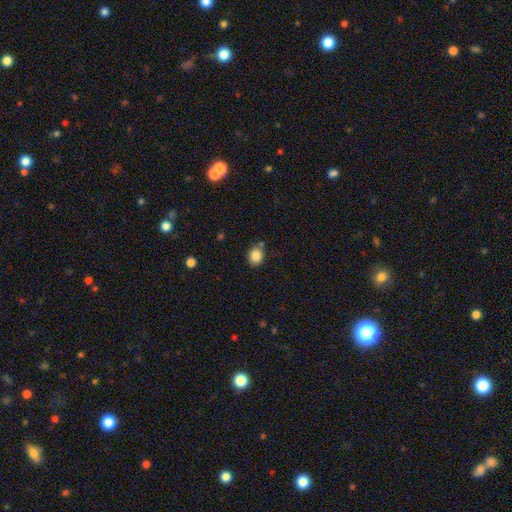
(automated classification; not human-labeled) Morphology: type=smooth (85%); roundness=round (63%); merging=none (72%).